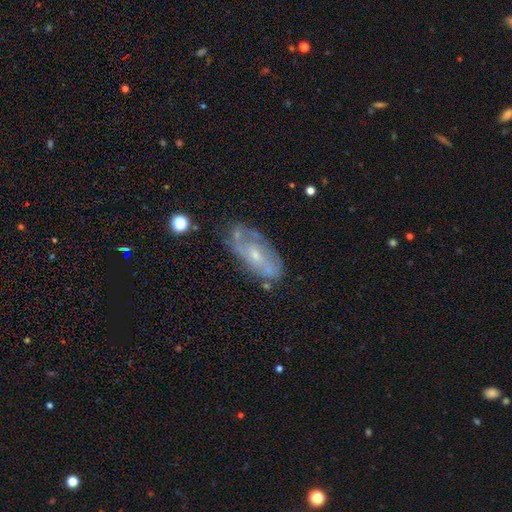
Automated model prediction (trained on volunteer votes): Smooth or featured: featured or disk — 70% (smooth — 22%)
Edge-on disk: no — 88% (yes — 12%)
Bar: no — 68% (weak — 26%)
Spiral arms: yes — 69% (no — 31%)
Bulge size: small — 66% (moderate — 27%)
Merging: none — 63% (minor disturbance — 23%)